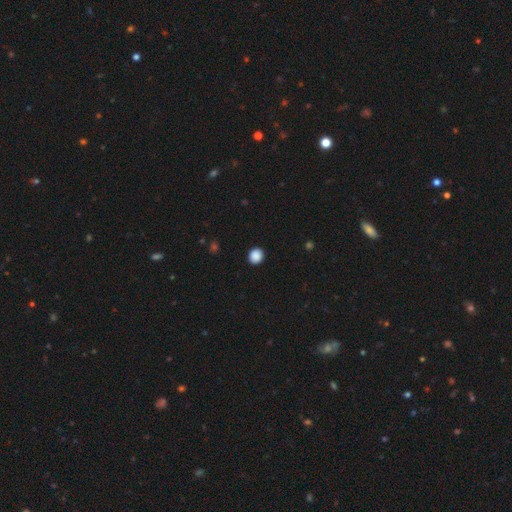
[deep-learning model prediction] smooth-or-featured: smooth: 89% | star or artifact: 9% | featured or disk: 2%
  how-rounded: round: 85% | in between: 14% | cigar-shaped: 1%
  merging: none: 92% | minor disturbance: 5% | major disturbance: 2% | merger: 1%